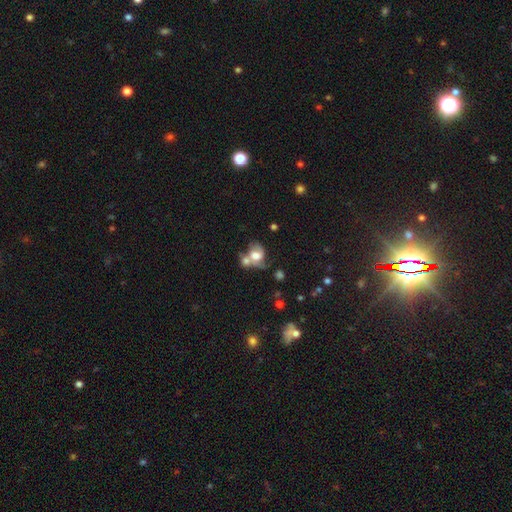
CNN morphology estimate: Smooth or featured: featured or disk — 53% (smooth — 37%)
Edge-on disk: no — 97% (yes — 3%)
Bar: no — 64% (weak — 28%)
Spiral arms: yes — 74% (no — 26%)
Bulge size: large — 40% (tied with moderate — 40%)
Merging: merger — 52% (none — 21%)